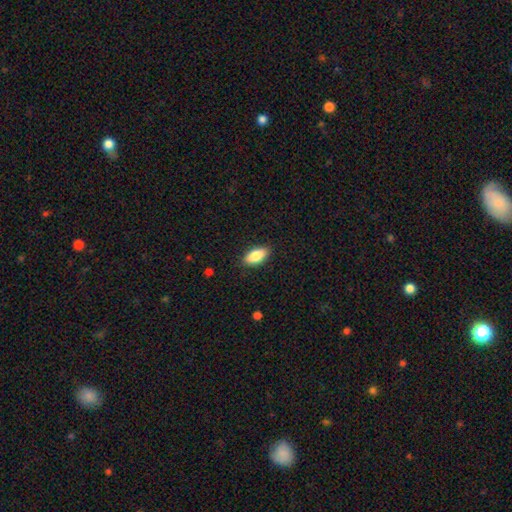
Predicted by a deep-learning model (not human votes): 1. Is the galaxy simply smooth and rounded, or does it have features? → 84% smooth, 10% featured or disk, 7% star or artifact.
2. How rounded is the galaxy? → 88% in between, 9% cigar-shaped, 3% round.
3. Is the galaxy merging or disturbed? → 88% none, 9% minor disturbance, 2% major disturbance, 1% merger.